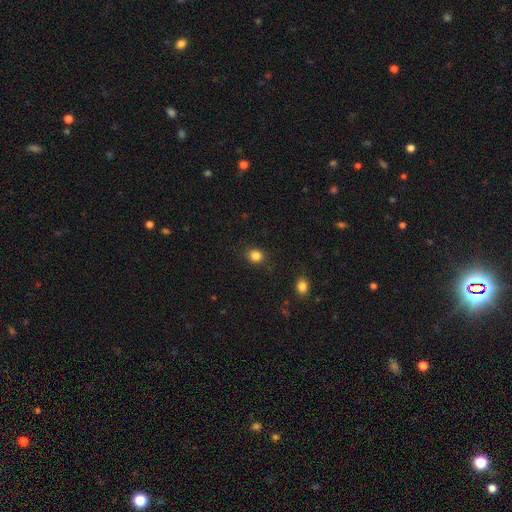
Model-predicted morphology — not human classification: smooth-or-featured: smooth: 83% | star or artifact: 12% | featured or disk: 4%
  how-rounded: round: 73% | in between: 26% | cigar-shaped: 1%
  merging: none: 87% | minor disturbance: 9% | major disturbance: 3% | merger: 1%